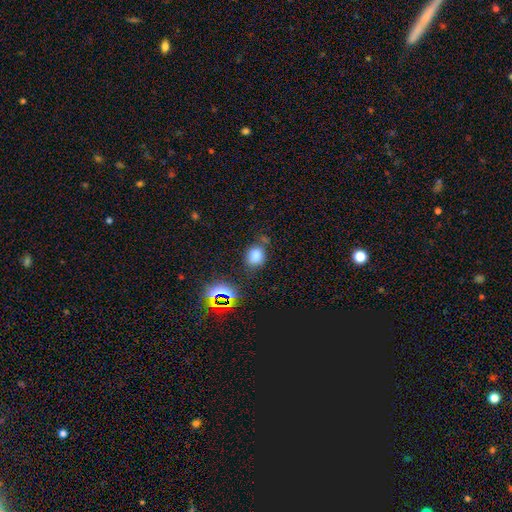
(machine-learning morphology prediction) This appears to be a smooth galaxy with no disk features (73%) that is round (54%). Merging: none (66%).